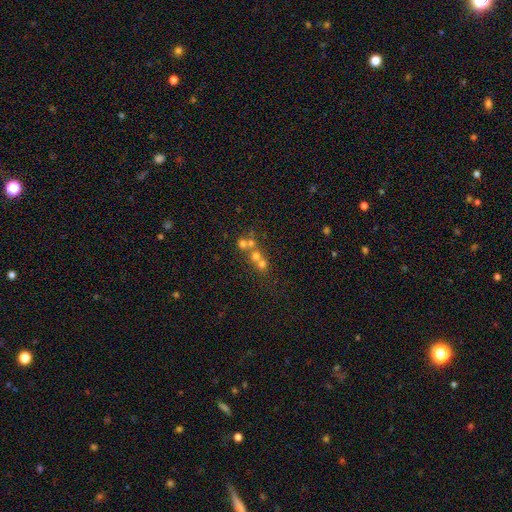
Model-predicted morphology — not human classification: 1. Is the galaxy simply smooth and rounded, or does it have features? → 38% smooth, 33% star or artifact, 29% featured or disk.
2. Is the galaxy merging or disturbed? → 48% merger, 41% none, 7% minor disturbance, 5% major disturbance.